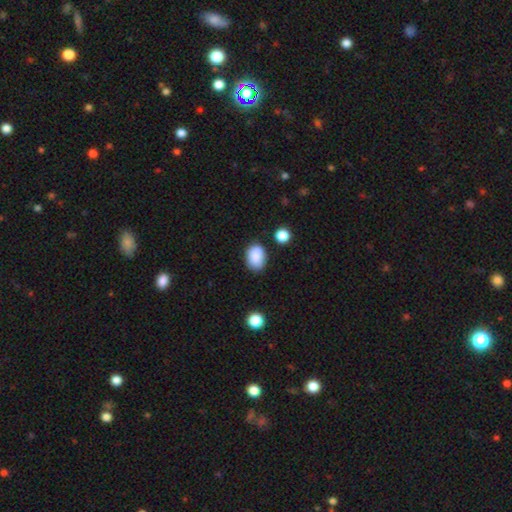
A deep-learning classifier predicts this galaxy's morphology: Smooth or featured: smooth — 87% (star or artifact — 9%)
How rounded: in between — 74% (round — 25%)
Merging: none — 75% (minor disturbance — 18%)